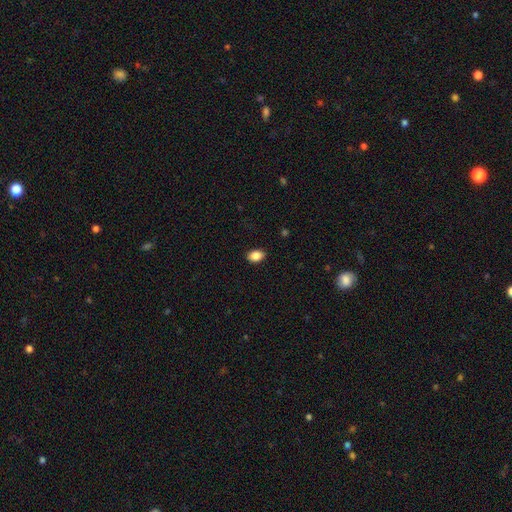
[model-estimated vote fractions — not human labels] smooth-or-featured: smooth: 87% | star or artifact: 8% | featured or disk: 4%
  how-rounded: in between: 80% | round: 19% | cigar-shaped: 1%
  merging: none: 88% | minor disturbance: 9% | major disturbance: 2% | merger: 1%